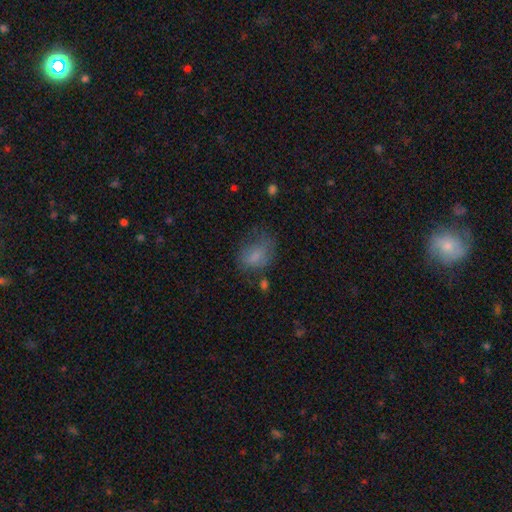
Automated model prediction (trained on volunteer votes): Smooth or featured: smooth — 71% (featured or disk — 18%)
How rounded: in between — 70% (round — 28%)
Merging: none — 41% (minor disturbance — 29%)